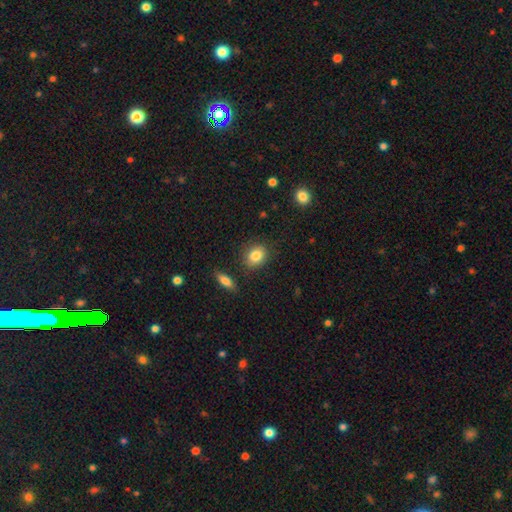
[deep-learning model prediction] Q: Smooth or featured?
A: smooth (84%); runner-up: star or artifact (8%)
Q: How rounded?
A: in between (52%); runner-up: round (47%)
Q: Merging?
A: none (85%); runner-up: minor disturbance (10%)